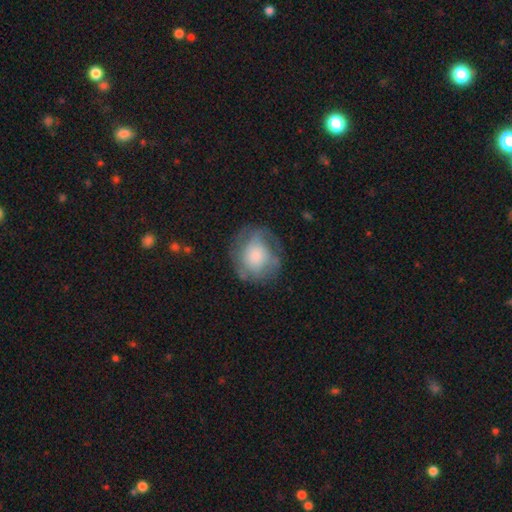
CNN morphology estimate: Smooth or featured? Predicted: smooth (p=0.58). How rounded? Predicted: round (p=0.78). Merging? Predicted: none (p=0.59).